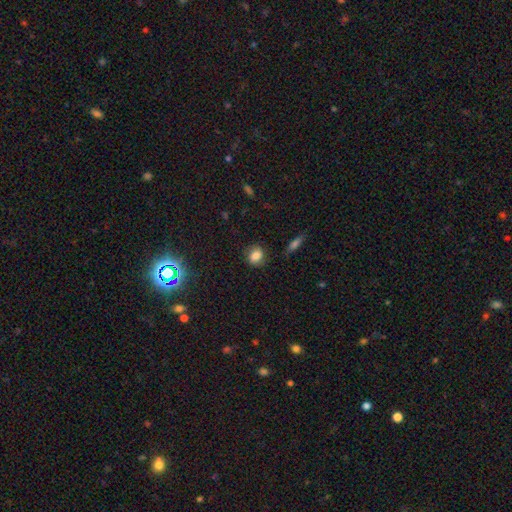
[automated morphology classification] Overall: smooth (81%). How rounded: round (58%; in between 41%). Merging: none (79%).